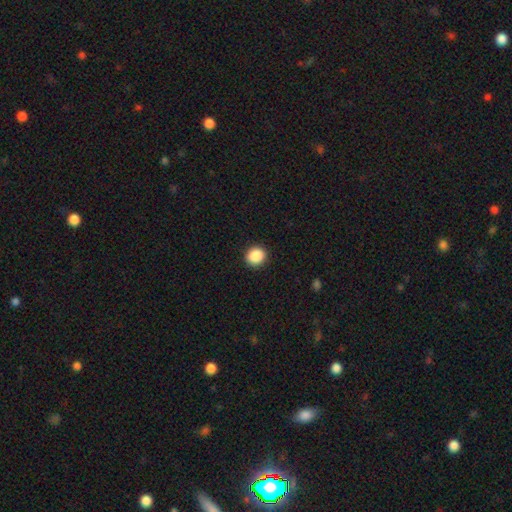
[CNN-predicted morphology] This appears to be a smooth galaxy with no disk features (89%) that is round (87%). Merging: none (92%).